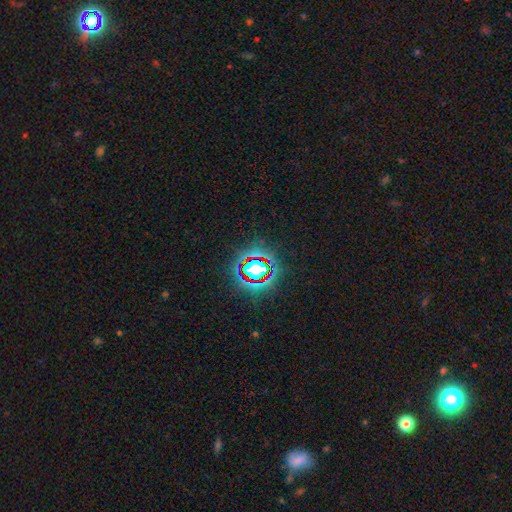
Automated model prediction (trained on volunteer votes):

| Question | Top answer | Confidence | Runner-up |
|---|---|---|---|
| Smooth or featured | star or artifact | 80% | smooth (11%) |